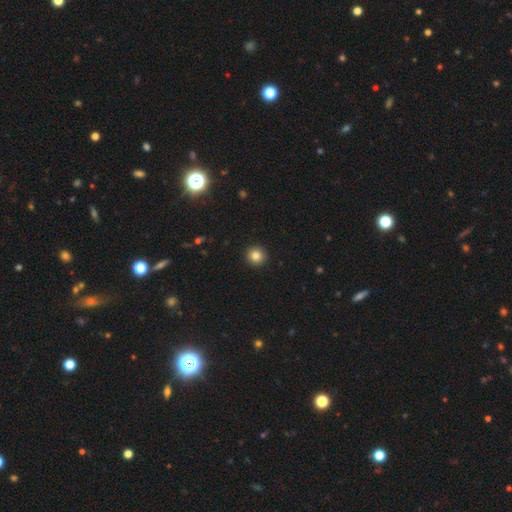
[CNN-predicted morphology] Smooth or featured?
  - smooth: 84% *
  - star or artifact: 11%
  - featured or disk: 5%
How rounded?
  - round: 94% *
  - in between: 5%
  - cigar-shaped: 1%
Merging?
  - none: 93% *
  - minor disturbance: 4%
  - major disturbance: 2%
  - merger: 1%